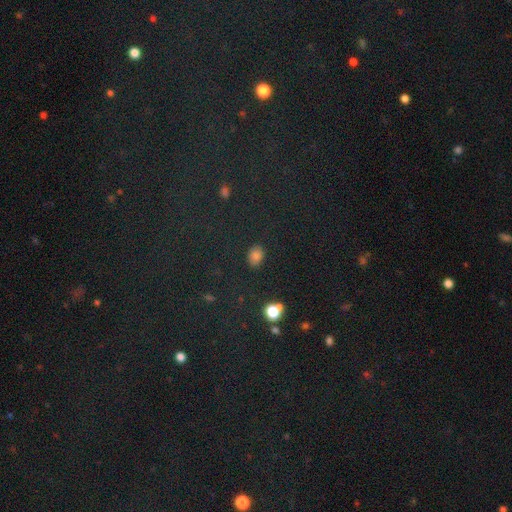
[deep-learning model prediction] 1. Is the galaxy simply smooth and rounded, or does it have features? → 76% smooth, 19% star or artifact, 5% featured or disk.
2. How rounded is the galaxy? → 71% in between, 28% round, 2% cigar-shaped.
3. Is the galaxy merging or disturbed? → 87% none, 9% minor disturbance, 3% major disturbance, 2% merger.